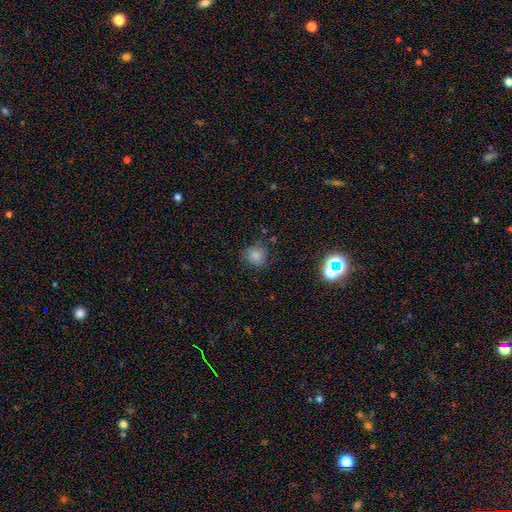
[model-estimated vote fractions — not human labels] The model was most divided on "merging": none: 79%, minor disturbance: 15%, major disturbance: 4%, merger: 2%. More confident: how rounded — round (83%); smooth or featured — smooth (80%).